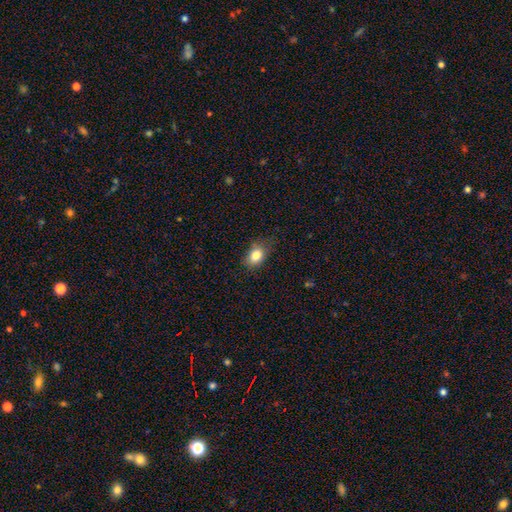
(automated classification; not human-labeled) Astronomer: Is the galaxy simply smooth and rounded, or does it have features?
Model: smooth — 83%.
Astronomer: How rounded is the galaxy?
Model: in between — 76%.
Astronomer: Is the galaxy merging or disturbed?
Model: none — 69%.